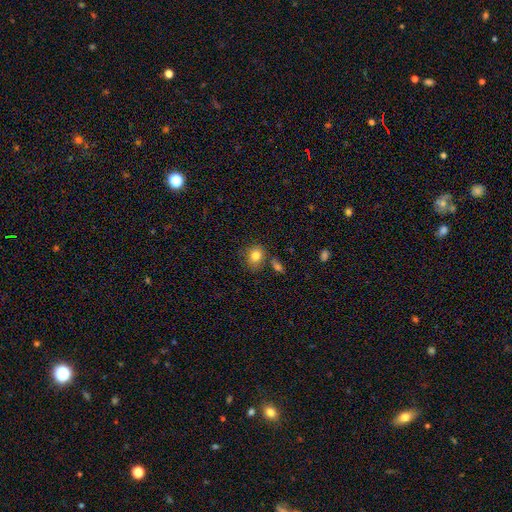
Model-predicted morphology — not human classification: This appears to be a smooth galaxy with no disk features (82%) that is round (58%). Merging: none (68%).